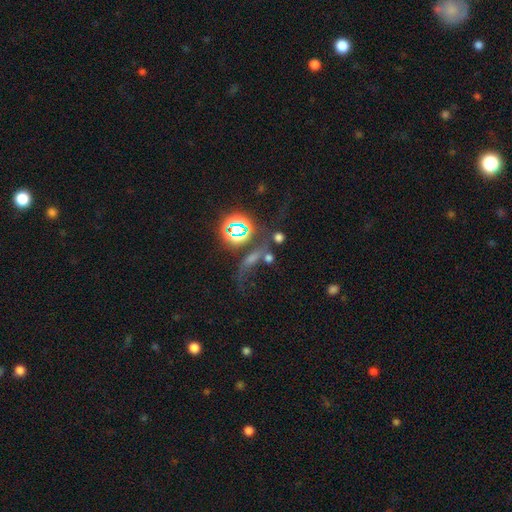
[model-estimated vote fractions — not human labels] Smooth or featured? star or artifact (51%)